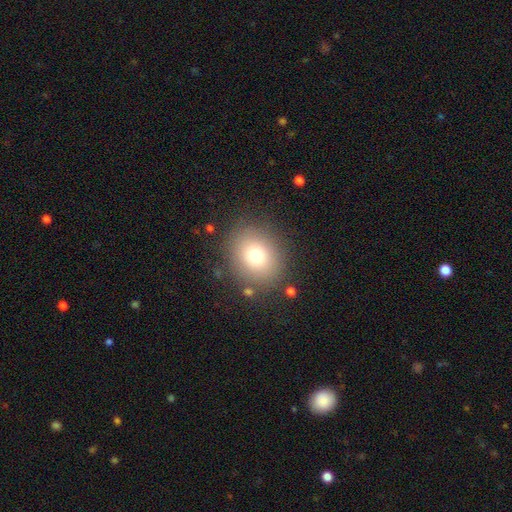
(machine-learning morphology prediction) The model was most divided on "how rounded": round: 69%, in between: 30%, cigar-shaped: 1%. More confident: merging — none (83%); smooth or featured — smooth (74%).